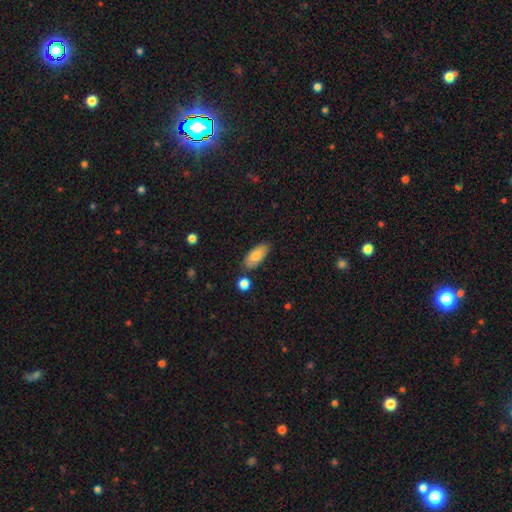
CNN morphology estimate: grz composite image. It shows a smooth galaxy with no disk features (80%) that is in between round and cigar-shaped (86%). Merging: none (80%).